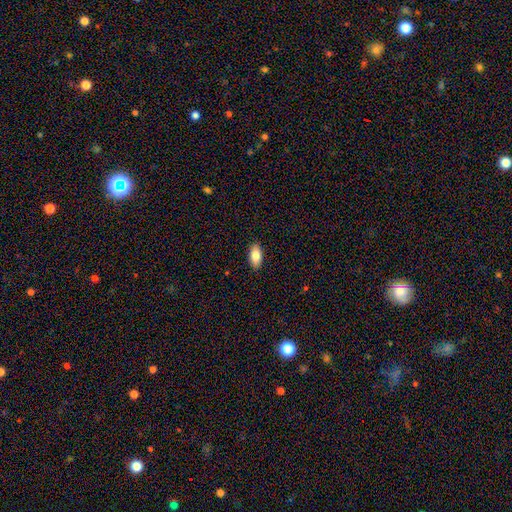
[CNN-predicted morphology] The model was most divided on "smooth or featured": smooth: 83%, featured or disk: 10%, star or artifact: 7%. More confident: how rounded — in between (92%); merging — none (90%).